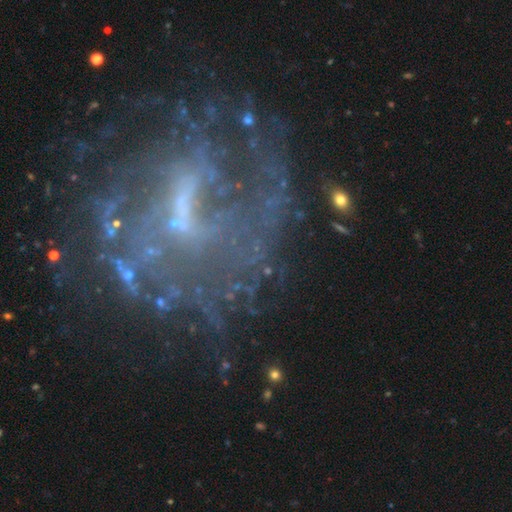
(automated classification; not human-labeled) A featured or disk galaxy (77%) with a weak bar (46%), medium (36%) spiral arms (71%) and a small central bulge (45%).

Vote fractions:
- Smooth or featured? featured or disk: 77% / star or artifact: 14% / smooth: 8%
- Edge-on disk? no: 97% / yes: 3%
- Bar? weak: 46% / no: 28% / strong: 27%
- Spiral arms? yes: 71% / no: 29%
- Spiral winding? medium: 36% / tight: 33% / loose: 32%
- Spiral arm count? can't tell: 46% / 2: 21% / 3: 10% / 1: 10% / 4: 7% / more than 4: 6%
- Bulge size? small: 45% / none: 34% / moderate: 17% / large: 2% / dominant: 1%
- Merging? none: 57% / major disturbance: 23% / minor disturbance: 16% / merger: 4%